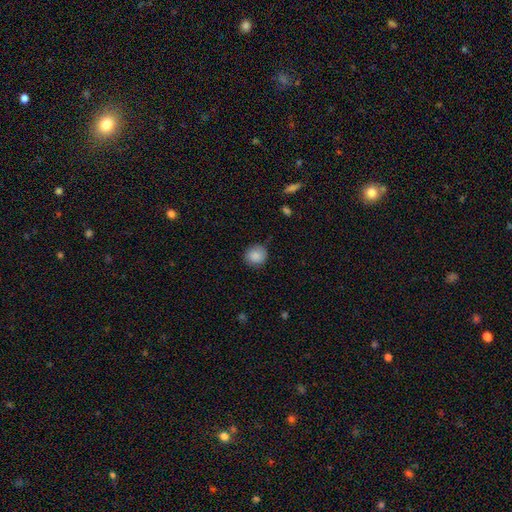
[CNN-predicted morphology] The model was most divided on "merging": none: 82%, minor disturbance: 14%, major disturbance: 3%, merger: 1%. More confident: smooth or featured — smooth (88%); how rounded — round (86%).